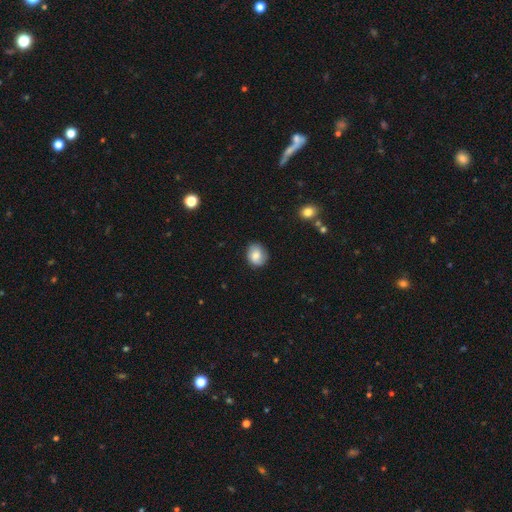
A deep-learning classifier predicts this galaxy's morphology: This is likely a smooth galaxy (79%). How rounded: likely round (62%). Merging: likely none (78%).